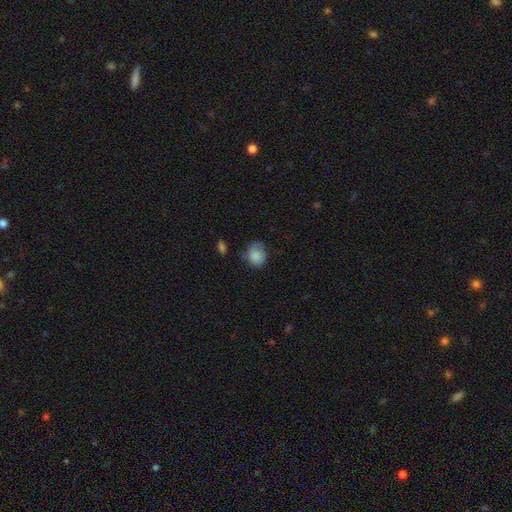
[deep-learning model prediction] Morphology: type=smooth (86%); roundness=round (57%); merging=none (59%).